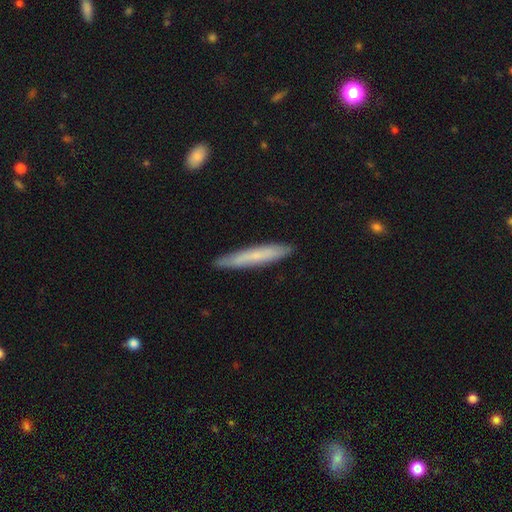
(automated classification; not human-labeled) Smooth or featured: smooth — 60% (featured or disk — 34%)
How rounded: cigar-shaped — 94% (in between — 5%)
Merging: none — 86% (minor disturbance — 11%)